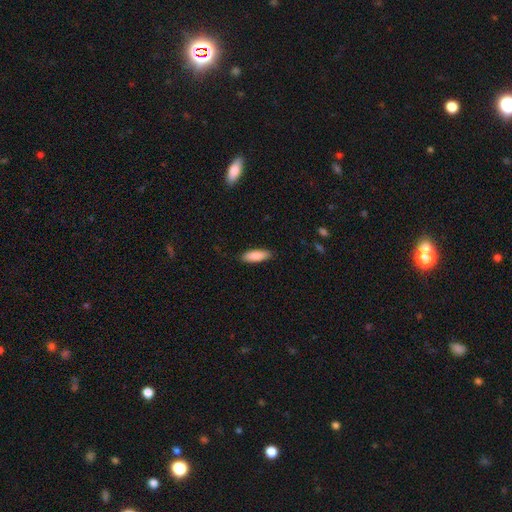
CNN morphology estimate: Smooth or featured?
  - smooth: 87% *
  - featured or disk: 7%
  - star or artifact: 6%
How rounded?
  - in between: 64% *
  - cigar-shaped: 34%
  - round: 2%
Merging?
  - none: 88% *
  - minor disturbance: 9%
  - major disturbance: 2%
  - merger: 1%